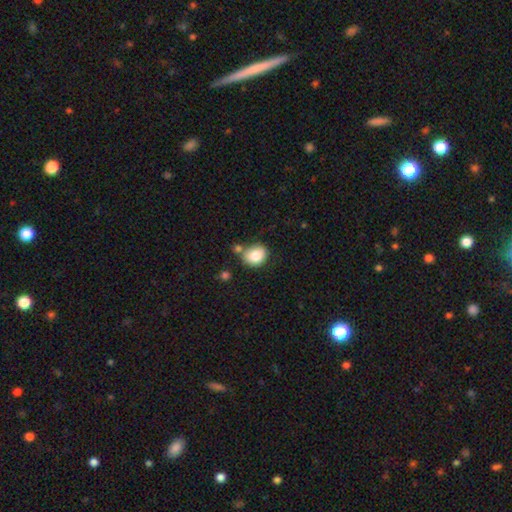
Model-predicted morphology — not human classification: smooth-or-featured: smooth: 82% | featured or disk: 9% | star or artifact: 9%
  how-rounded: round: 55% | in between: 45% | cigar-shaped: 1%
  merging: none: 63% | merger: 17% | minor disturbance: 16% | major disturbance: 4%